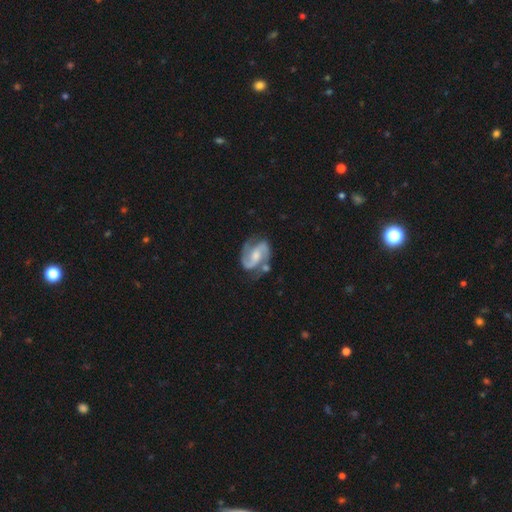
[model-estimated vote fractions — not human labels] Smooth or featured? featured or disk (90%)
Edge-on disk? no (98%)
Bar? weak (43%)
Spiral arms? yes (98%)
Spiral winding? medium (59%)
Spiral arm count? 2 (92%)
Bulge size? moderate (51%)
Merging? none (66%)